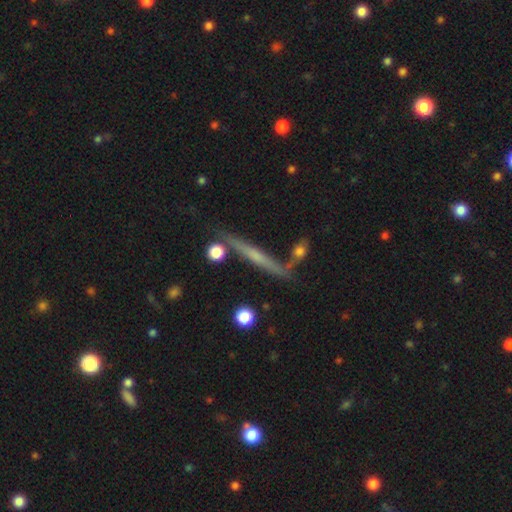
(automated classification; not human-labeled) This appears to be a featured or disk galaxy (62%) viewed edge-on (93%) with no central bulge (50%). Merging: none (73%).